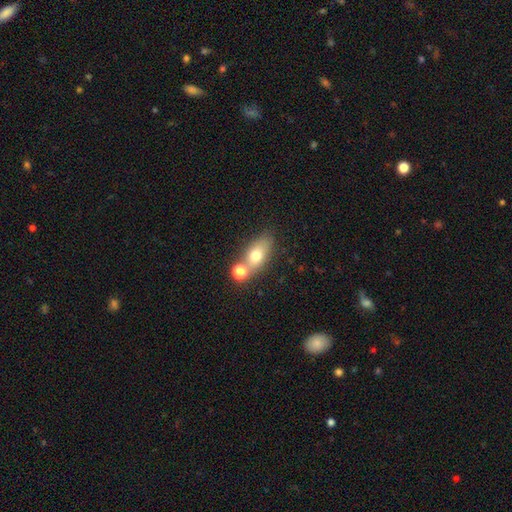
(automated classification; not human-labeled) This is likely a smooth galaxy (70%). How rounded: likely in between (72%). Merging: possibly none (53%).